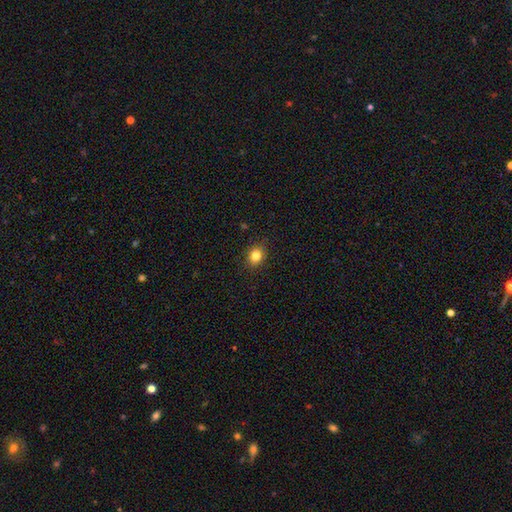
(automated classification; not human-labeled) Smooth or featured? smooth (82%)
How rounded? round (64%)
Merging? none (89%)